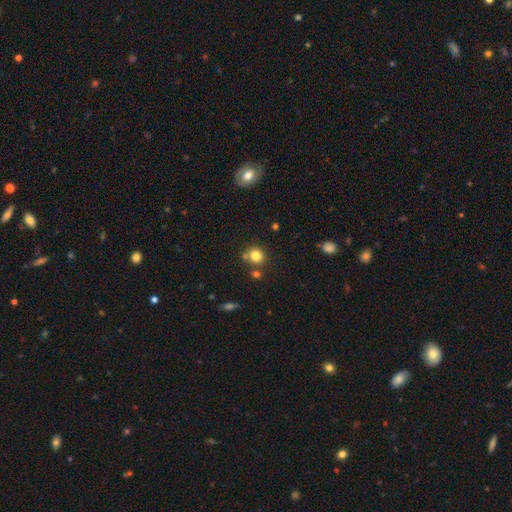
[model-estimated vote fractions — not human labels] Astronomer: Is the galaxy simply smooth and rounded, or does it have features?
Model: smooth — 81%.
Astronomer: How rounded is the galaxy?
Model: round — 83%.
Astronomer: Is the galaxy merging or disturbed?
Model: none — 73%.